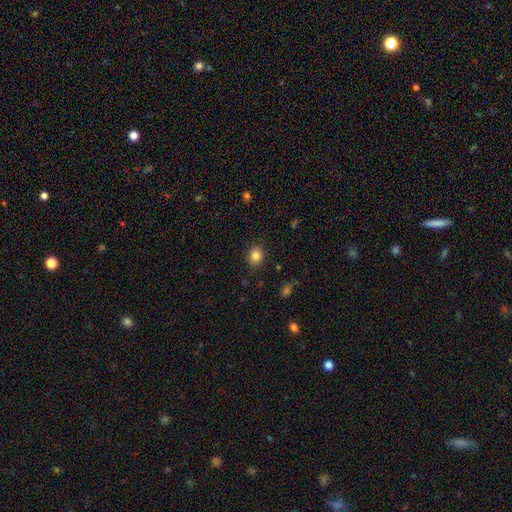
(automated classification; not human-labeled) This is clearly a smooth galaxy (83%). How rounded: possibly round (58%). Merging: clearly none (86%).